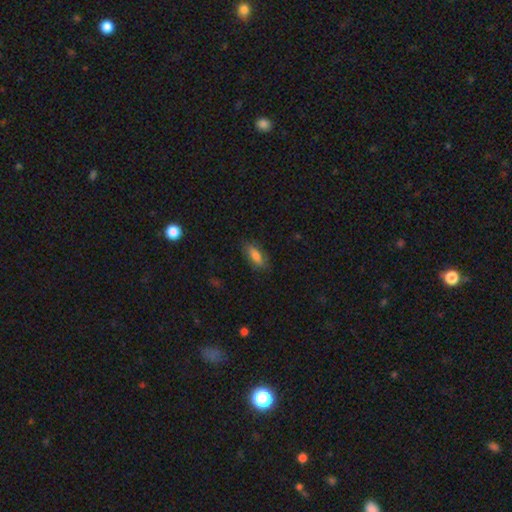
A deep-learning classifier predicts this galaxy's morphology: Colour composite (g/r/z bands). It shows a smooth galaxy with no disk features (71%) that is in between round and cigar-shaped (71%). Merging: none (79%).